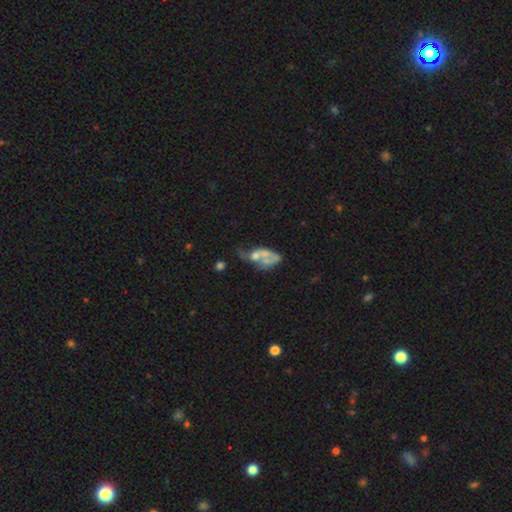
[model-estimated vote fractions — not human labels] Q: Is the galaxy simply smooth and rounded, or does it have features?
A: featured or disk — 52%.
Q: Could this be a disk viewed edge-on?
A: no — 94%.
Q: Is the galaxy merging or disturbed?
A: merger — 38%.